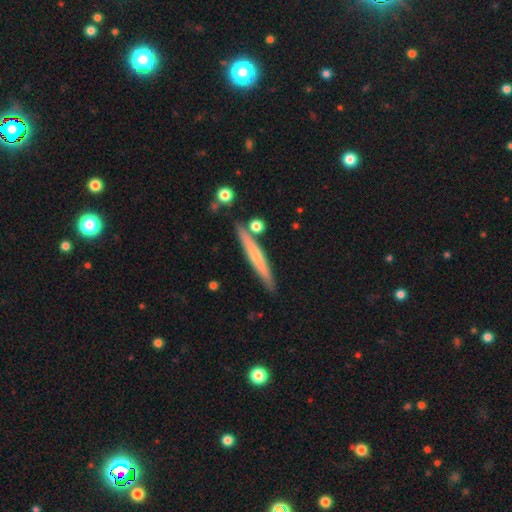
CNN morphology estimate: Q: Smooth or featured?
A: smooth (51%); runner-up: featured or disk (43%)
Q: How rounded?
A: cigar-shaped (95%); runner-up: in between (3%)
Q: Merging?
A: none (83%); runner-up: minor disturbance (10%)